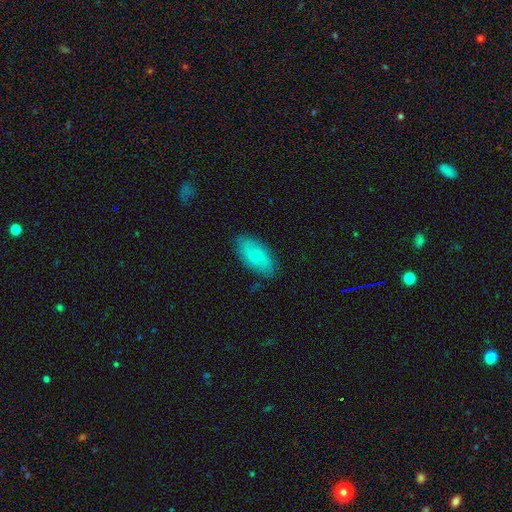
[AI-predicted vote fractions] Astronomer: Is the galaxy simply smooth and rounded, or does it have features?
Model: smooth — 64%.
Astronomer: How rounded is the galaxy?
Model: in between — 91%.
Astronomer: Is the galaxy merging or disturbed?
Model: none — 82%.